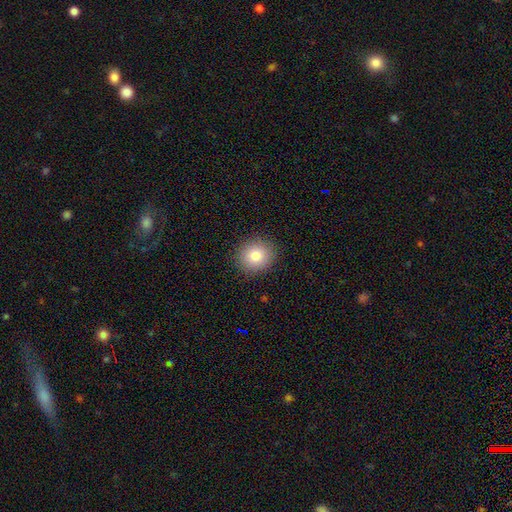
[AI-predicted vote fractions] smooth_or_featured: smooth (p=0.83) [alt: star or artifact p=0.09]
how_rounded: round (p=0.82) [alt: in between p=0.17]
merging: none (p=0.90) [alt: minor disturbance p=0.07]